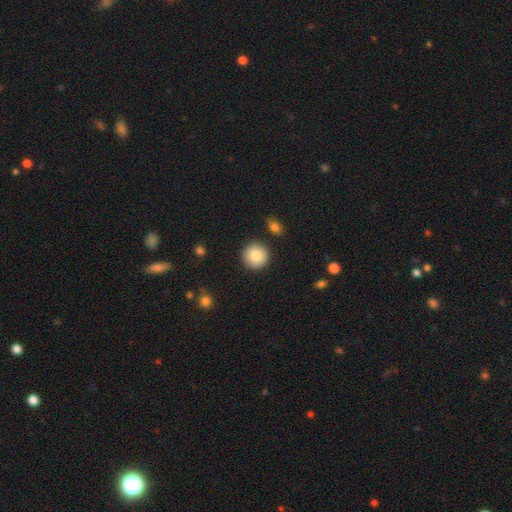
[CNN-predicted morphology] type=smooth (85%); roundness=round (95%); merging=none (90%).